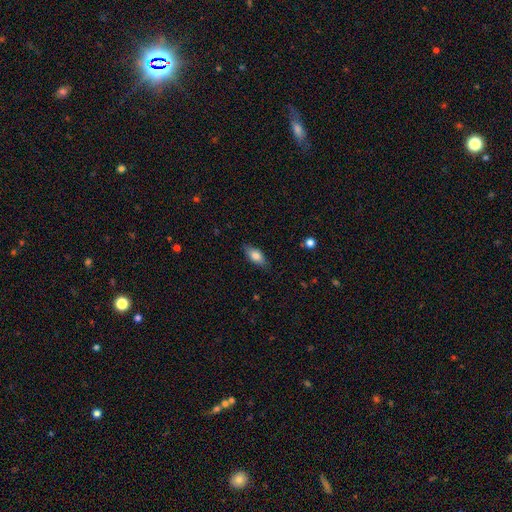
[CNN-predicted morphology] smooth-or-featured: smooth: 78% | featured or disk: 15% | star or artifact: 7%
  how-rounded: in between: 84% | cigar-shaped: 12% | round: 4%
  merging: none: 83% | minor disturbance: 13% | major disturbance: 3% | merger: 1%